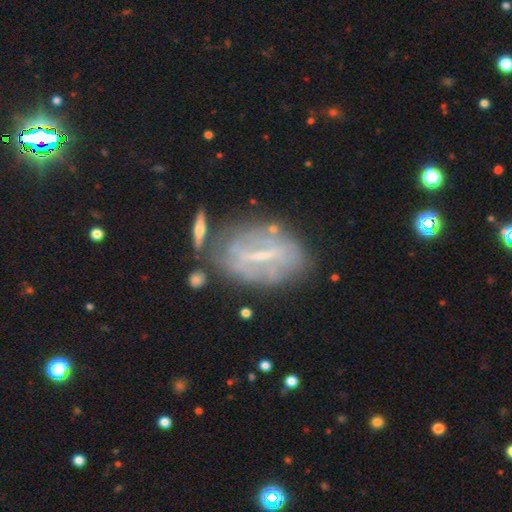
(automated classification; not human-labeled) Q: Smooth or featured?
A: featured or disk (69%); runner-up: smooth (19%)
Q: Edge-on disk?
A: no (84%); runner-up: yes (16%)
Q: Bar?
A: strong (53%); runner-up: weak (33%)
Q: Spiral arms?
A: yes (53%); runner-up: no (47%)
Q: Bulge size?
A: small (62%); runner-up: none (19%)
Q: Merging?
A: none (61%); runner-up: minor disturbance (21%)